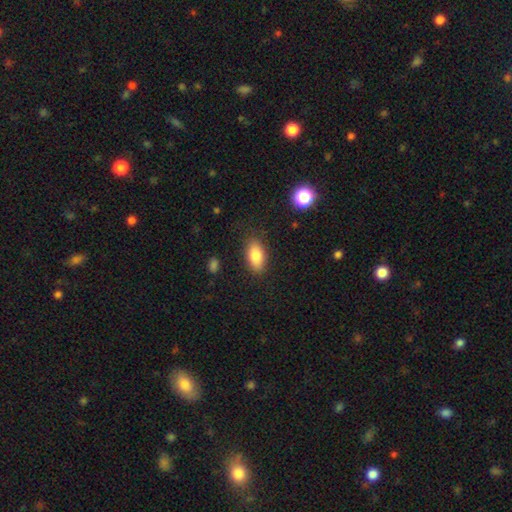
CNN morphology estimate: A smooth galaxy with no disk features (83%) that is in between round and cigar-shaped (89%).

Vote fractions:
- Smooth or featured? smooth: 83% / featured or disk: 9% / star or artifact: 8%
- How rounded? in between: 89% / cigar-shaped: 7% / round: 5%
- Merging? none: 83% / minor disturbance: 12% / major disturbance: 3% / merger: 1%